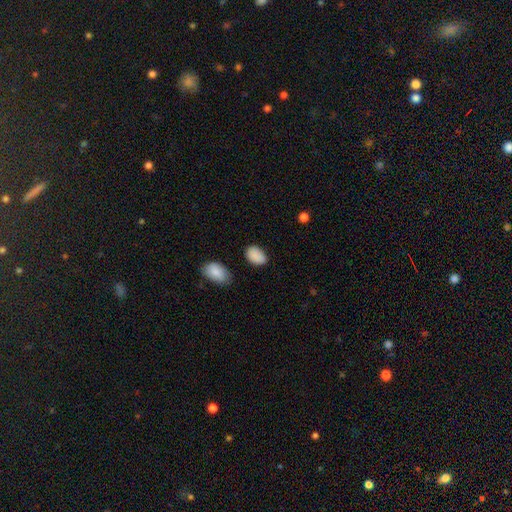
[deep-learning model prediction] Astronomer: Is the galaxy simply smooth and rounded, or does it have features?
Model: smooth — 89%.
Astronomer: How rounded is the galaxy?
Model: in between — 88%.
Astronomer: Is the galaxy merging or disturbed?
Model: none — 77%.